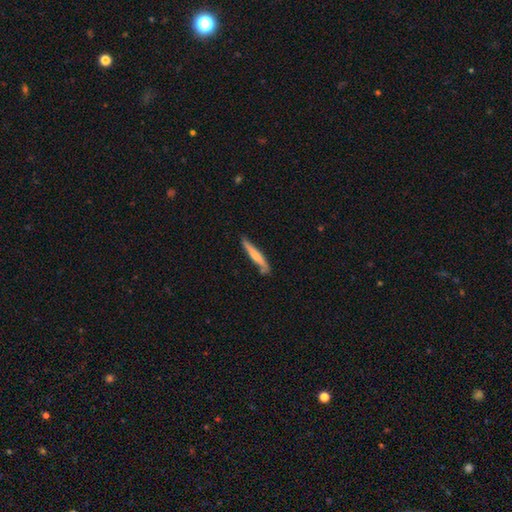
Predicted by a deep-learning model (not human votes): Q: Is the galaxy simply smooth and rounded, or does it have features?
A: smooth — 62%.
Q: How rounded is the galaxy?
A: cigar-shaped — 94%.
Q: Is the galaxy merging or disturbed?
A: none — 77%.